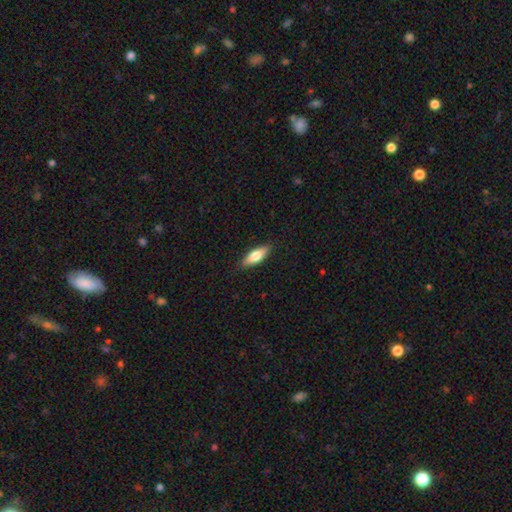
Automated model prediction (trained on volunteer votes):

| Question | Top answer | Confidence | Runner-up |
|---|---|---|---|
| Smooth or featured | smooth | 69% | featured or disk (25%) |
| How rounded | in between | 61% | cigar-shaped (37%) |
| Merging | none | 87% | minor disturbance (10%) |